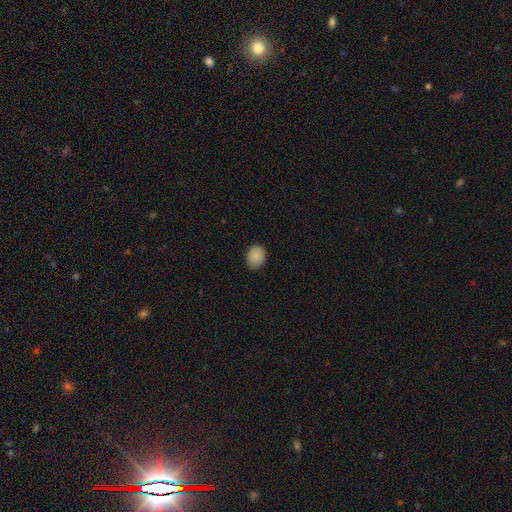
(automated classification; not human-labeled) The model was most divided on "how rounded": in between: 53%, round: 47%, cigar-shaped: 1%. More confident: smooth or featured — smooth (88%); merging — none (78%).